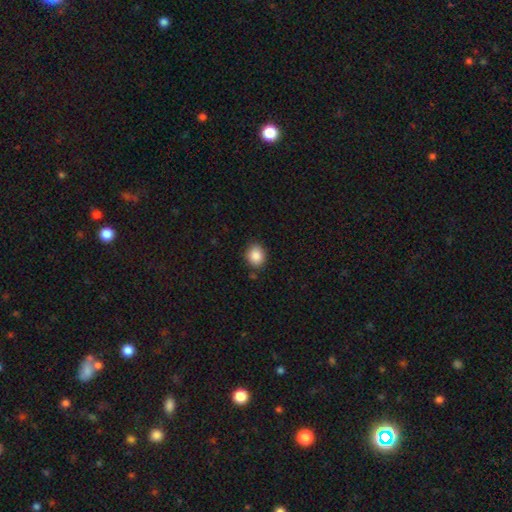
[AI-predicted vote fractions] smooth-or-featured: smooth: 88% | star or artifact: 9% | featured or disk: 4%
  how-rounded: round: 66% | in between: 33% | cigar-shaped: 1%
  merging: none: 85% | minor disturbance: 11% | major disturbance: 2% | merger: 2%